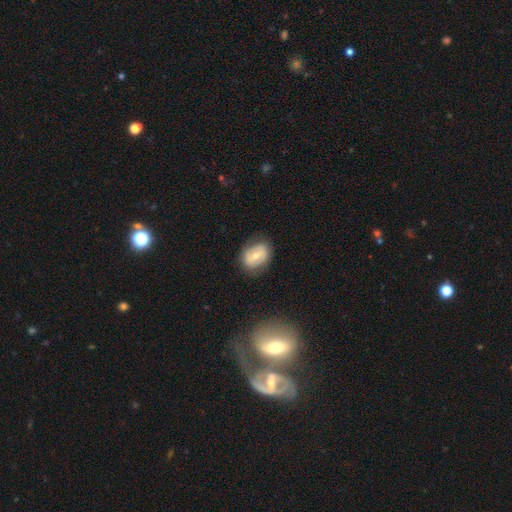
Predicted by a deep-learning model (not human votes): This is possibly a featured or disk galaxy (48%). Merging: likely none (78%).